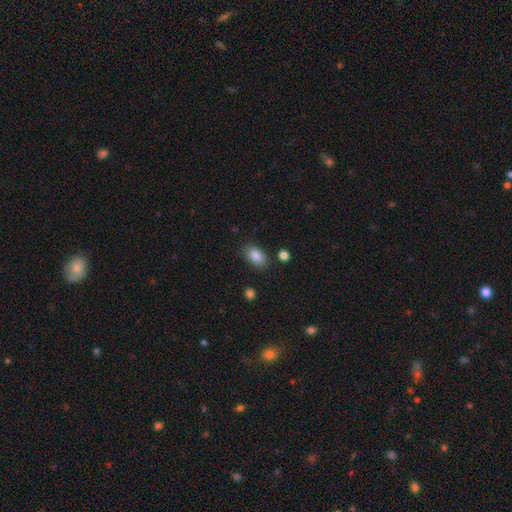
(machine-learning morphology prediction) Q: Smooth or featured?
A: smooth (86%); runner-up: star or artifact (8%)
Q: How rounded?
A: in between (90%); runner-up: round (8%)
Q: Merging?
A: none (81%); runner-up: minor disturbance (13%)